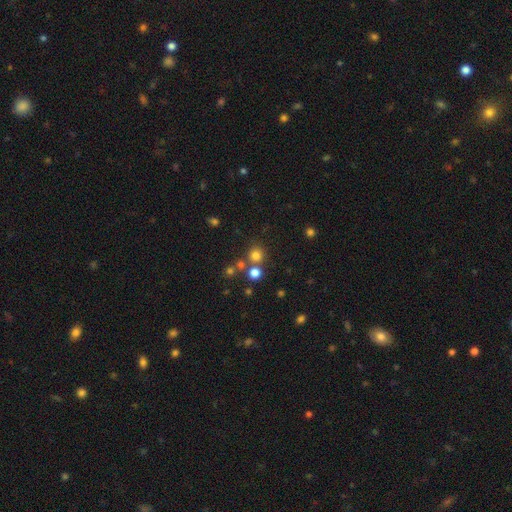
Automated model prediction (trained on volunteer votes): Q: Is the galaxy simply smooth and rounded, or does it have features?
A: smooth — 74%.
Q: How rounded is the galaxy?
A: round — 91%.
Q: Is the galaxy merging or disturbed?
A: none — 71%.